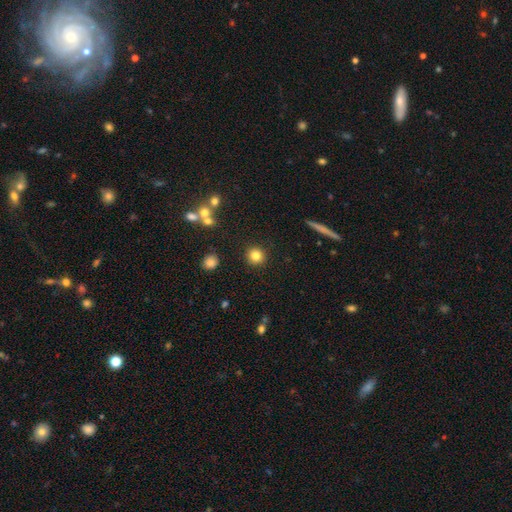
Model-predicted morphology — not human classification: A smooth galaxy with no disk features (81%) that is round (93%).

Vote fractions:
- Smooth or featured? smooth: 81% / star or artifact: 11% / featured or disk: 8%
- How rounded? round: 93% / in between: 6% / cigar-shaped: 1%
- Merging? none: 90% / minor disturbance: 5% / merger: 2% / major disturbance: 2%